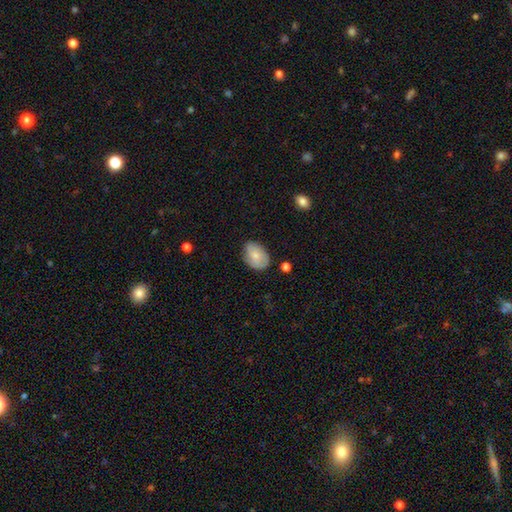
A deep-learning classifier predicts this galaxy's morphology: A smooth galaxy with no disk features (67%) that is in between round and cigar-shaped (78%). Merging: none (72%).